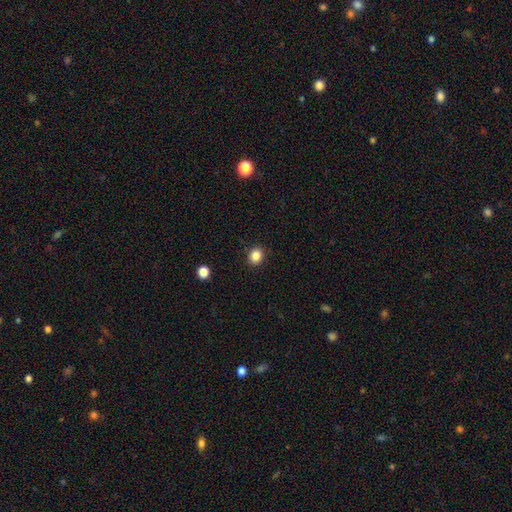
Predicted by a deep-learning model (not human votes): smooth_or_featured: smooth (p=0.86) [alt: star or artifact p=0.11]
how_rounded: round (p=0.66) [alt: in between p=0.33]
merging: none (p=0.90) [alt: minor disturbance p=0.07]